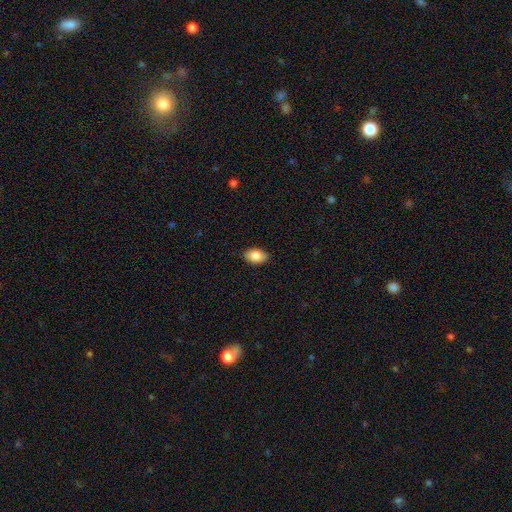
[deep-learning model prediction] This is clearly a smooth galaxy (87%). How rounded: clearly in between (90%). Merging: clearly none (88%).